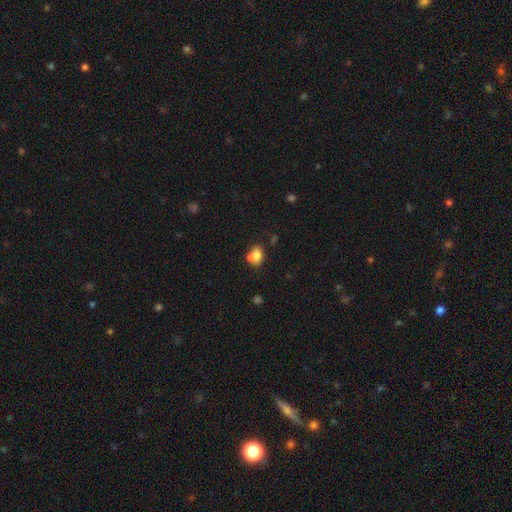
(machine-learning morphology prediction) smooth 74%, featured or disk 16%, star or artifact 10%. Down the decision tree: how rounded — in between (61%); merging — merger (44%).